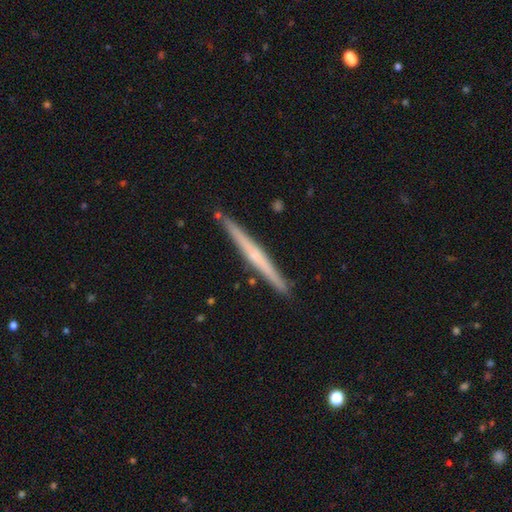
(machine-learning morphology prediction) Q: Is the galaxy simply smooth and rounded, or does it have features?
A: featured or disk — 62%.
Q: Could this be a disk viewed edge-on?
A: yes — 98%.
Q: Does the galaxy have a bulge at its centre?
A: none — 57%.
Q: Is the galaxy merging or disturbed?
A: none — 90%.